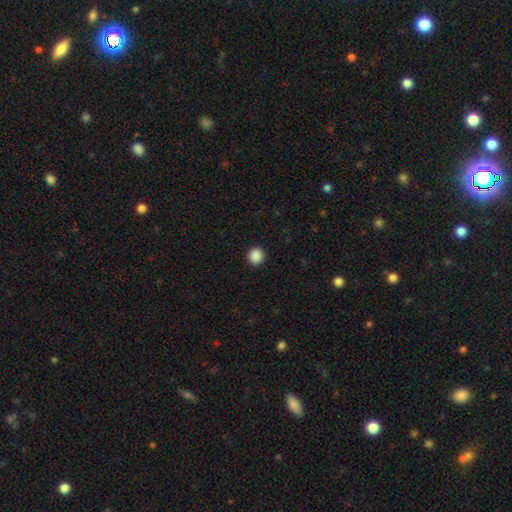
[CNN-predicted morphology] Smooth or featured: smooth — 89% (star or artifact — 9%)
How rounded: round — 87% (in between — 12%)
Merging: none — 92% (minor disturbance — 6%)